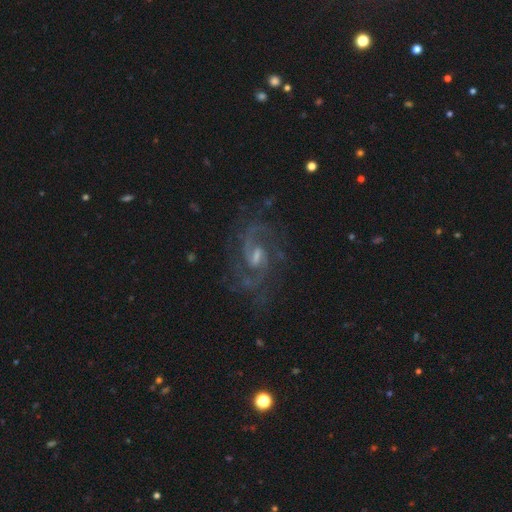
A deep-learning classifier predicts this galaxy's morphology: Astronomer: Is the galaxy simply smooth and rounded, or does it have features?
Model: featured or disk — 87%.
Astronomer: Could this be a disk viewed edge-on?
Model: no — 97%.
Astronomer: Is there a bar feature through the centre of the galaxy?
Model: weak — 57%.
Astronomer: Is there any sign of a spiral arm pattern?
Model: yes — 97%.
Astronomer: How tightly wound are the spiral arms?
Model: medium — 56%.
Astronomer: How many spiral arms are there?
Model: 2 — 70%.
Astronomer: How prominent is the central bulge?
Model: small — 46% (runner-up: moderate, 42%).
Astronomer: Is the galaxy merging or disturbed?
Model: none — 75%.